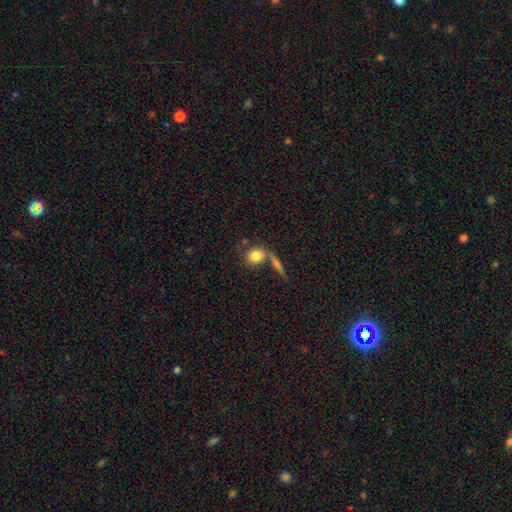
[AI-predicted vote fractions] The model was most divided on "merging": none: 55%, merger: 26%, minor disturbance: 12%, major disturbance: 6%. More confident: smooth or featured — smooth (79%); how rounded — round (63%).